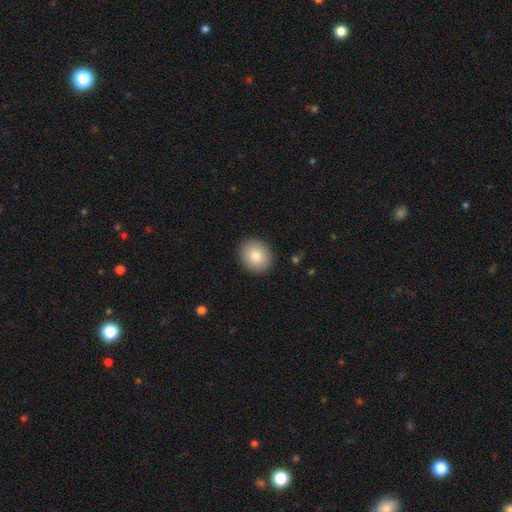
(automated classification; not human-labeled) Morphology: type=smooth (84%); roundness=round (73%); merging=none (91%).